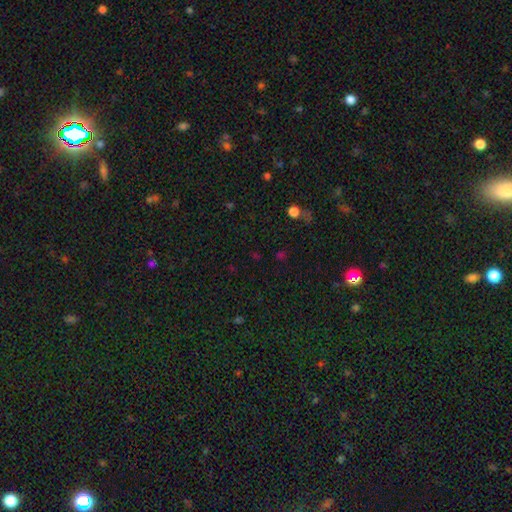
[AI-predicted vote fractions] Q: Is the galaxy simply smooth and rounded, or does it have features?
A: star or artifact — 59%.